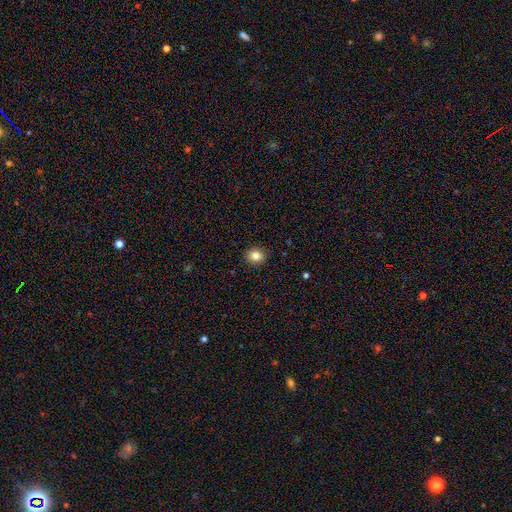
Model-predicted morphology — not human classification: type=smooth (84%); roundness=round (81%); merging=none (91%).